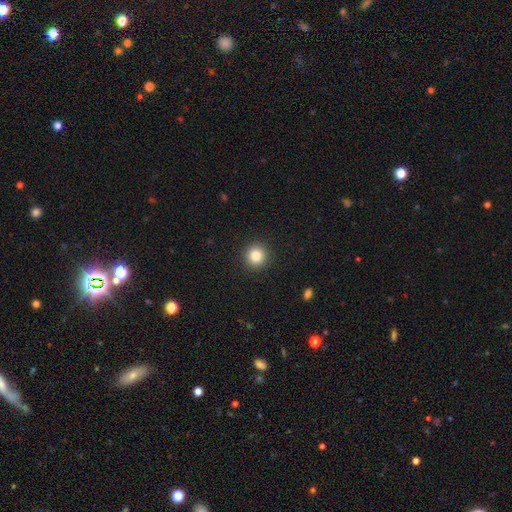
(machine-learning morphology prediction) Smooth or featured? smooth (84%)
How rounded? round (94%)
Merging? none (92%)